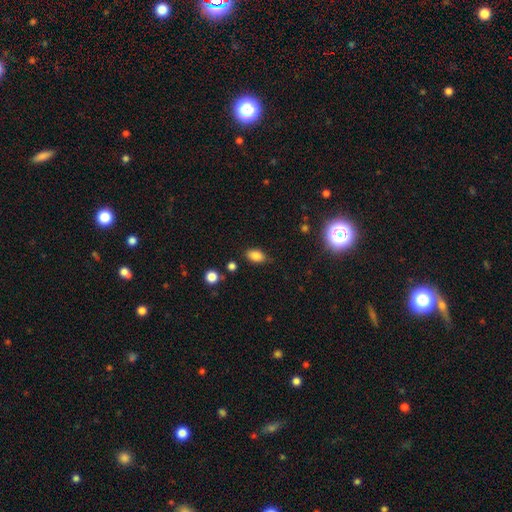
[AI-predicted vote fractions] This is clearly a smooth galaxy (84%). How rounded: clearly in between (88%). Merging: likely none (79%).